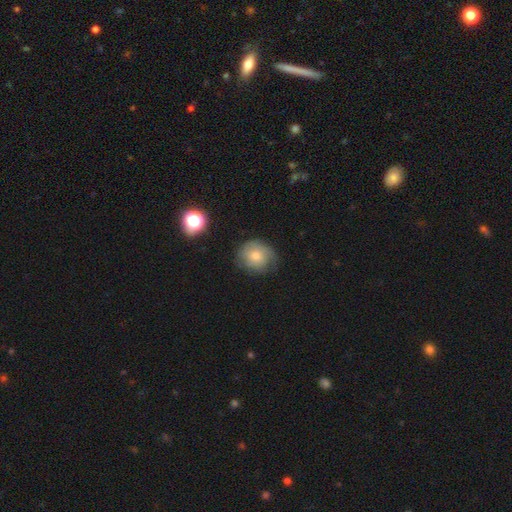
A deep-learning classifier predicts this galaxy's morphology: Overall: smooth (60%; featured or disk 31%). How rounded: round (79%). Merging: none (64%; minor disturbance 26%).